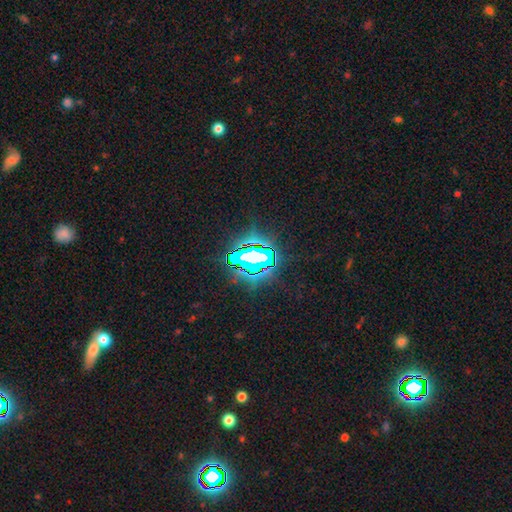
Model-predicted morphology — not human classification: The model was most divided on "smooth or featured": star or artifact: 76%, smooth: 12%, featured or disk: 12%.